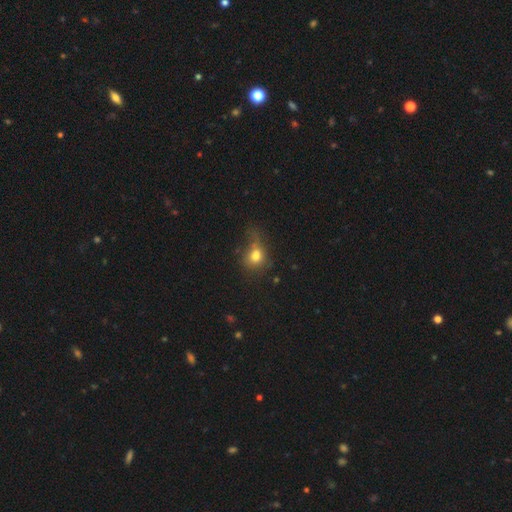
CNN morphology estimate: Smooth or featured? Predicted: smooth (p=0.74). How rounded? Predicted: round (p=0.62). Merging? Predicted: none (p=0.35).